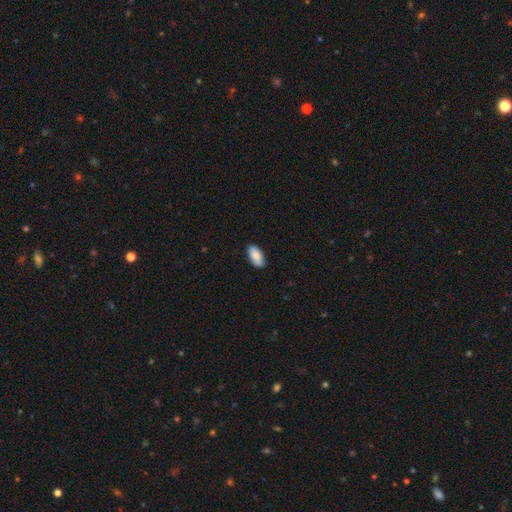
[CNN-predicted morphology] A smooth galaxy with no disk features (87%) that is in between round and cigar-shaped (93%). Merging: none (85%).